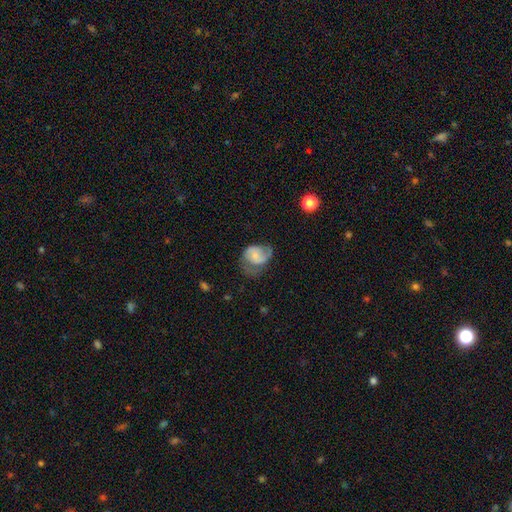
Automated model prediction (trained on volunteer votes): This appears to be a featured or disk galaxy (50%). Merging: none (35%).